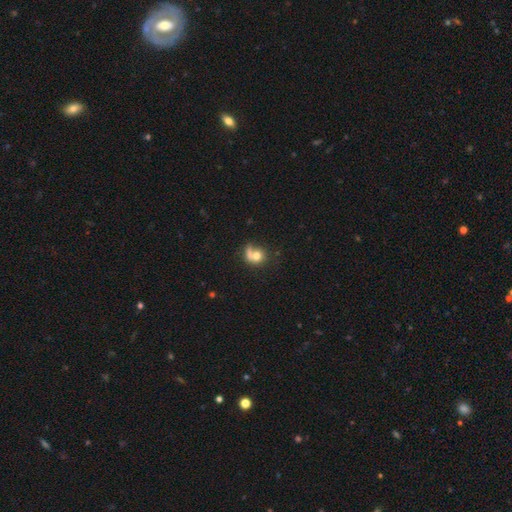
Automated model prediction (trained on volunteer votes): Smooth or featured? Predicted: smooth (p=0.67). How rounded? Predicted: round (p=0.67). Merging? Predicted: none (p=0.33, tied with merger).